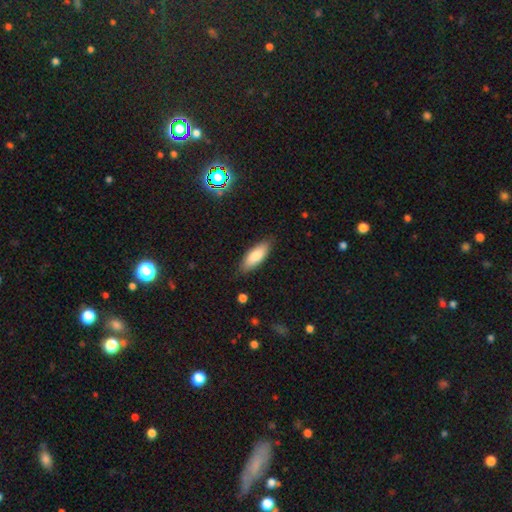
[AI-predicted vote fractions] This appears to be a smooth galaxy with no disk features (81%) that is in between round and cigar-shaped (71%). Merging: none (83%).